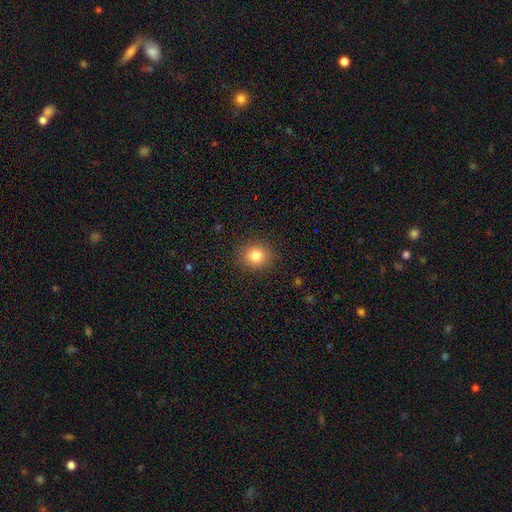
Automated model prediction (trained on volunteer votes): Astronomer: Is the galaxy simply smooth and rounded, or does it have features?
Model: smooth — 82%.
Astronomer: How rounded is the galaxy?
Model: round — 83%.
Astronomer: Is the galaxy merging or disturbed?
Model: none — 90%.